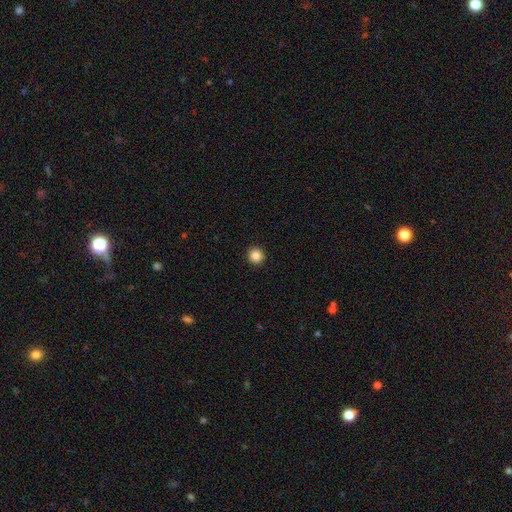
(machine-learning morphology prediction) Smooth or featured? Predicted: smooth (p=0.86). How rounded? Predicted: round (p=0.95). Merging? Predicted: none (p=0.94).